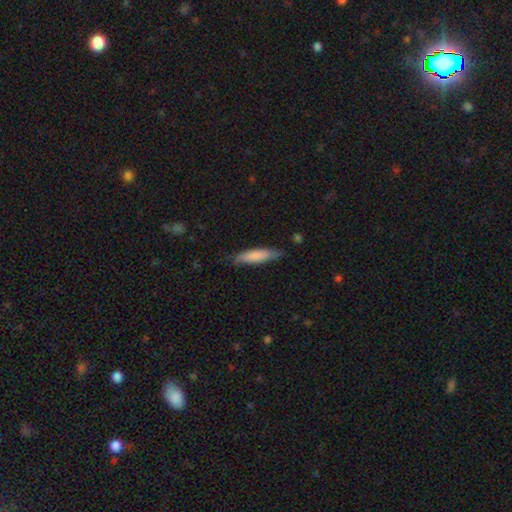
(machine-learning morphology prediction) Smooth or featured? Predicted: smooth (p=0.81). How rounded? Predicted: cigar-shaped (p=0.76). Merging? Predicted: none (p=0.80).